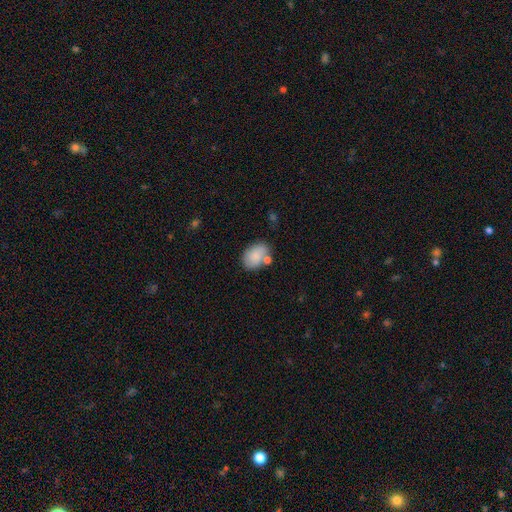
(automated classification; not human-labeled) This appears to be a smooth galaxy with no disk features (83%) that is in between round and cigar-shaped (83%). Merging: none (61%).